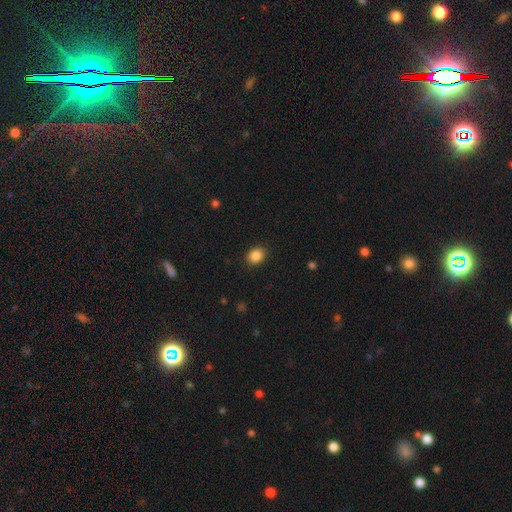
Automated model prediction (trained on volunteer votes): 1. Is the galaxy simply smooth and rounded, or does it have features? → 87% smooth, 9% star or artifact, 3% featured or disk.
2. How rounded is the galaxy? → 54% round, 45% in between, 1% cigar-shaped.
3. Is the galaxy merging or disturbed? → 89% none, 8% minor disturbance, 2% major disturbance, 1% merger.